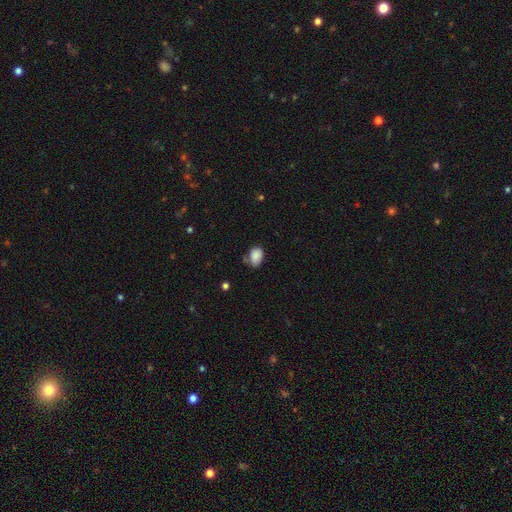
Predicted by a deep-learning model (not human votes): Smooth or featured? Predicted: smooth (p=0.86). How rounded? Predicted: in between (p=0.74). Merging? Predicted: none (p=0.58).